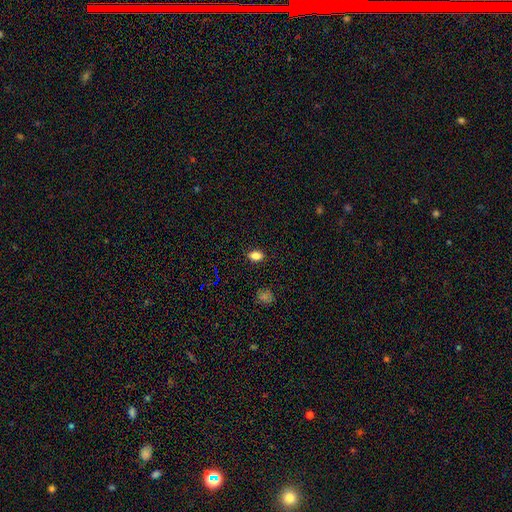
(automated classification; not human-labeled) Q: Smooth or featured?
A: smooth (83%); runner-up: star or artifact (12%)
Q: How rounded?
A: in between (78%); runner-up: round (20%)
Q: Merging?
A: none (88%); runner-up: minor disturbance (9%)